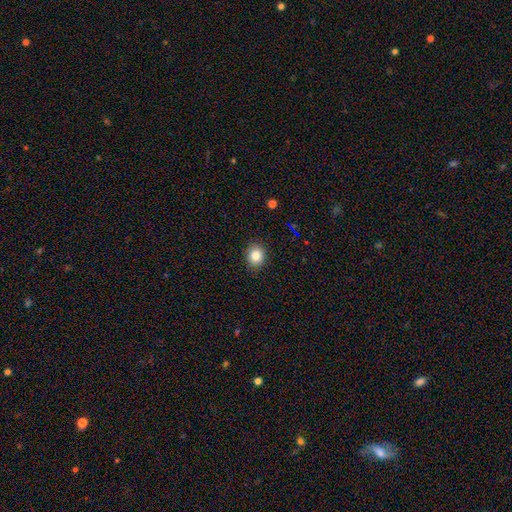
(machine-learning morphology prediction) The model was most divided on "how rounded": round: 64%, in between: 35%, cigar-shaped: 1%. More confident: merging — none (90%); smooth or featured — smooth (83%).